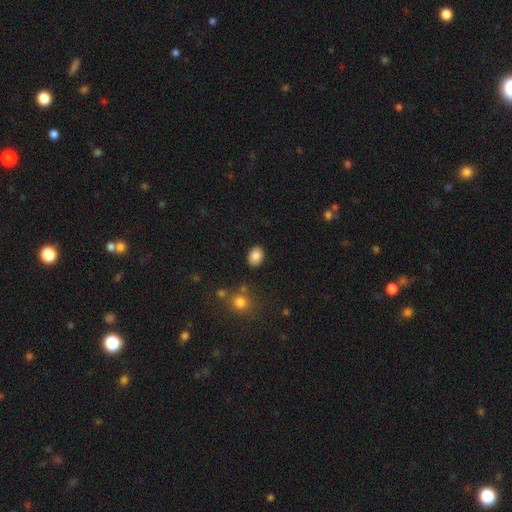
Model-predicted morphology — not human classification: Smooth or featured? smooth (85%)
How rounded? in between (74%)
Merging? none (87%)